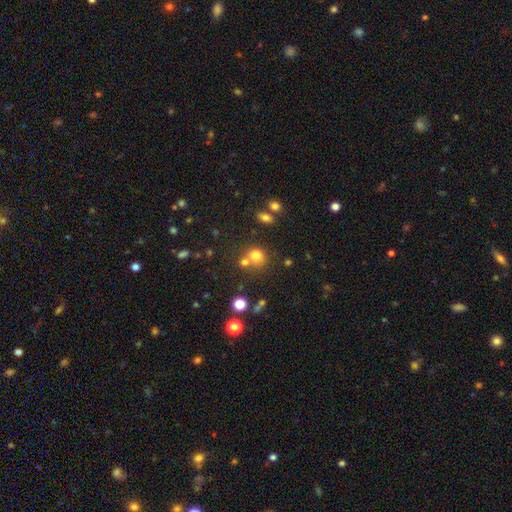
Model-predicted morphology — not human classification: A smooth galaxy with no disk features (73%) that is round (80%). Merging: none (51%).